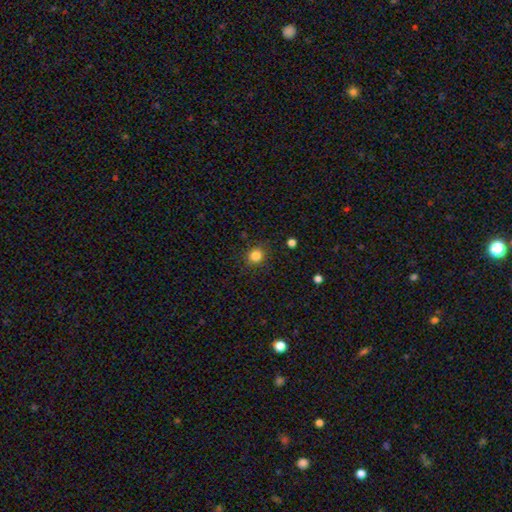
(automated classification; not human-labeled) Morphology: type=smooth (84%); roundness=round (83%); merging=none (88%).